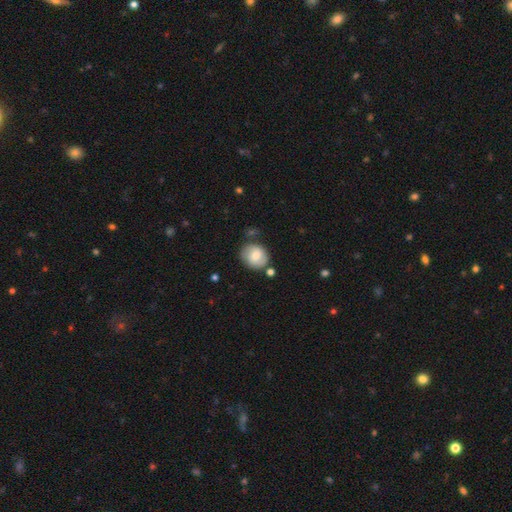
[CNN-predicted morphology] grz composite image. It shows a smooth galaxy with no disk features (64%) that is round (77%). Merging: none (70%).